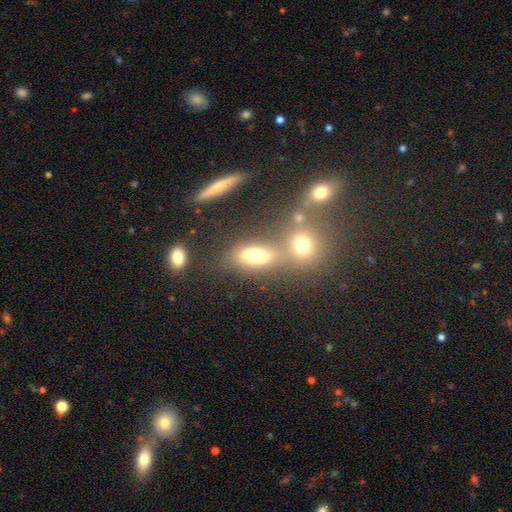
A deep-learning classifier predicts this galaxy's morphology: Smooth or featured? Predicted: smooth (p=0.64). How rounded? Predicted: in between (p=0.65). Merging? Predicted: none (p=0.51).